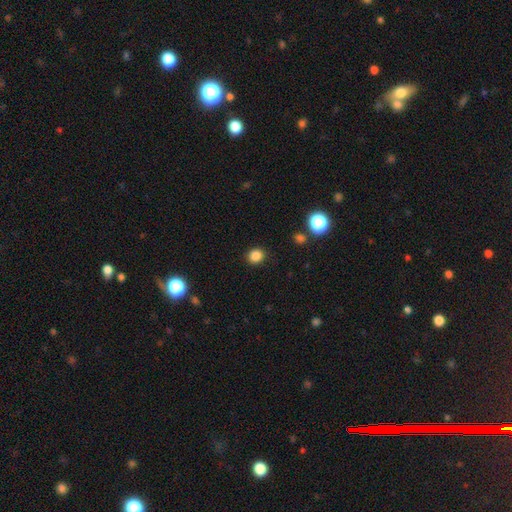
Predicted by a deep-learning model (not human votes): smooth-or-featured: smooth: 84% | star or artifact: 12% | featured or disk: 3%
  how-rounded: round: 79% | in between: 20% | cigar-shaped: 1%
  merging: none: 90% | minor disturbance: 7% | major disturbance: 2% | merger: 1%